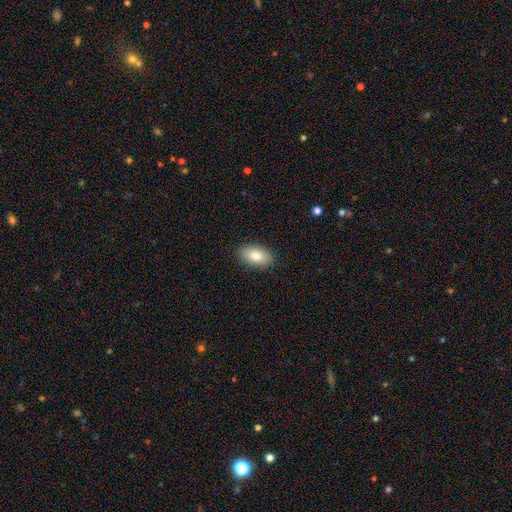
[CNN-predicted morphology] smooth_or_featured: smooth (p=0.84) [alt: featured or disk p=0.10]
how_rounded: in between (p=0.94) [alt: round p=0.04]
merging: none (p=0.88) [alt: minor disturbance p=0.09]